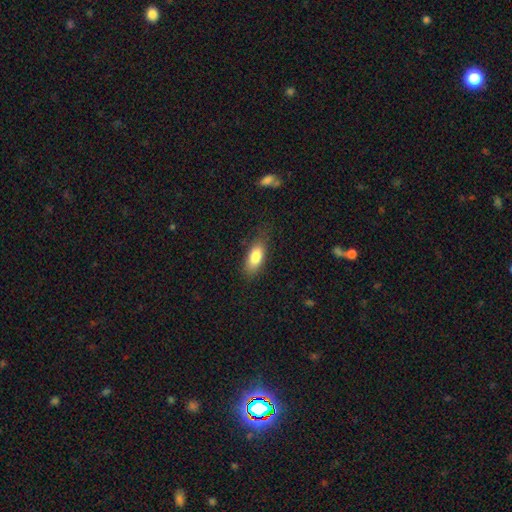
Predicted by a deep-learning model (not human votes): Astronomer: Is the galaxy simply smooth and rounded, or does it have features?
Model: smooth — 83%.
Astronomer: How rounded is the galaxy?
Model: in between — 81%.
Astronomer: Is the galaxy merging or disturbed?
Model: none — 74%.